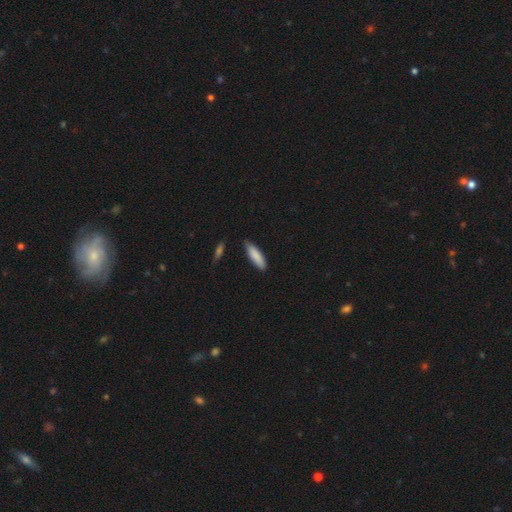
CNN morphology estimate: The model was most divided on "how rounded": cigar-shaped: 57%, in between: 41%, round: 1%. More confident: smooth or featured — smooth (86%); merging — none (79%).